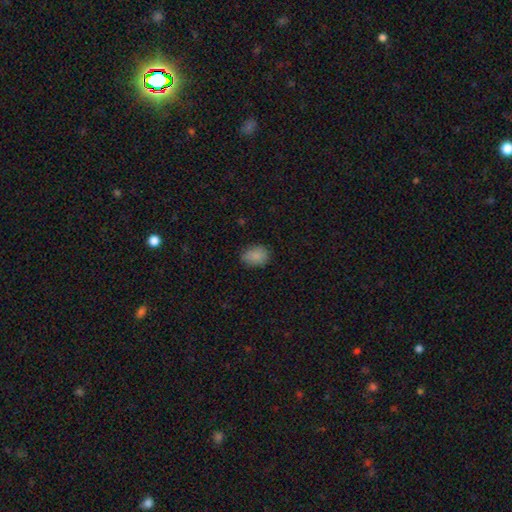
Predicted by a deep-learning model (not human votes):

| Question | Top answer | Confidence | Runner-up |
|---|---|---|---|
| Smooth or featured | smooth | 86% | star or artifact (9%) |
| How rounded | in between | 63% | round (36%) |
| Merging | none | 76% | minor disturbance (19%) |